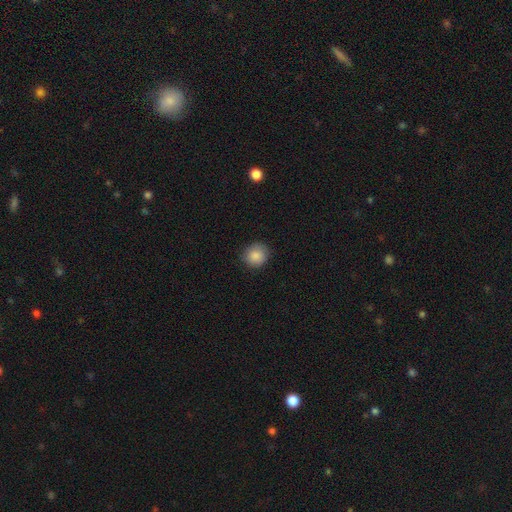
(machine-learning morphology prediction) This appears to be a smooth galaxy with no disk features (87%) that is round (87%). Merging: none (87%).